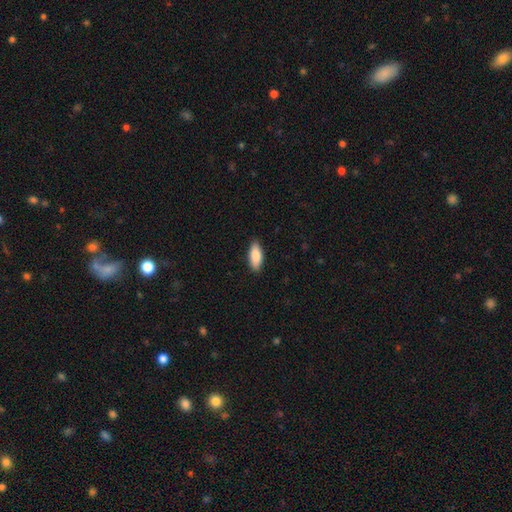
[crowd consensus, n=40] Volunteers were most divided on "how rounded": in between: 67%, cigar-shaped: 28%, round: 5%. More confident: smooth or featured — smooth (98%); merging — none (82%).